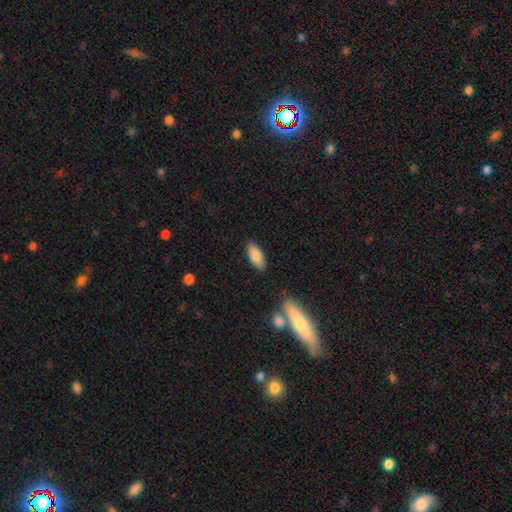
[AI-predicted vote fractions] A smooth galaxy with no disk features (84%) that is in between round and cigar-shaped (82%).

Vote fractions:
- Smooth or featured? smooth: 84% / featured or disk: 9% / star or artifact: 6%
- How rounded? in between: 82% / cigar-shaped: 16% / round: 2%
- Merging? none: 85% / minor disturbance: 10% / merger: 3% / major disturbance: 2%